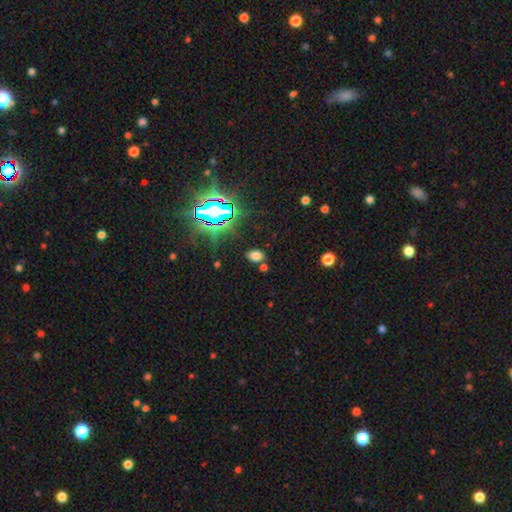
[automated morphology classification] smooth-or-featured: smooth: 67% | star or artifact: 26% | featured or disk: 7%
  how-rounded: in between: 78% | round: 21% | cigar-shaped: 2%
  merging: none: 78% | minor disturbance: 10% | merger: 8% | major disturbance: 4%